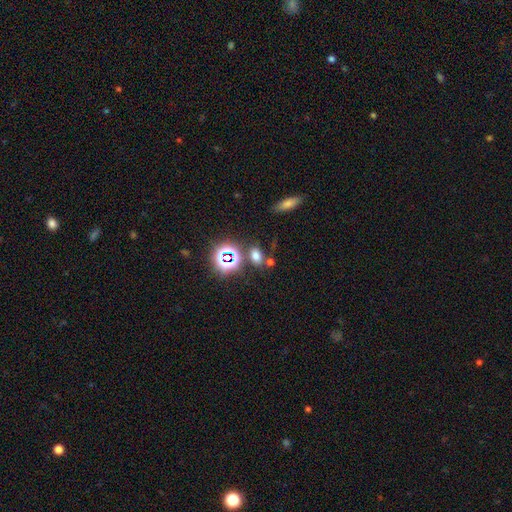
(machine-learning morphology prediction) smooth-or-featured: smooth: 64% | star or artifact: 27% | featured or disk: 9%
  how-rounded: in between: 73% | round: 24% | cigar-shaped: 3%
  merging: none: 71% | merger: 14% | minor disturbance: 11% | major disturbance: 4%